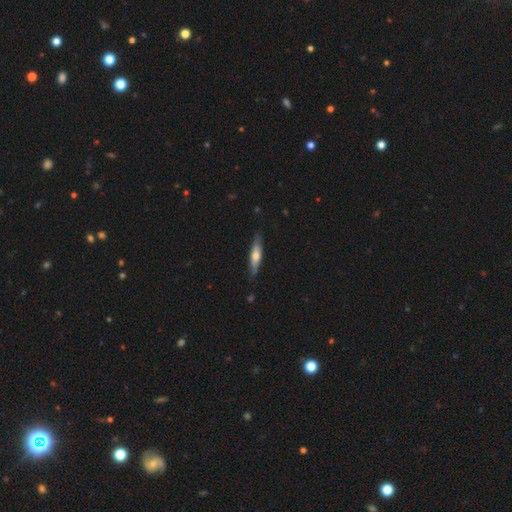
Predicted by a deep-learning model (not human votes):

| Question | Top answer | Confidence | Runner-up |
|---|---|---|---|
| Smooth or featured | smooth | 50% | featured or disk (45%) |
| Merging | none | 82% | minor disturbance (15%) |